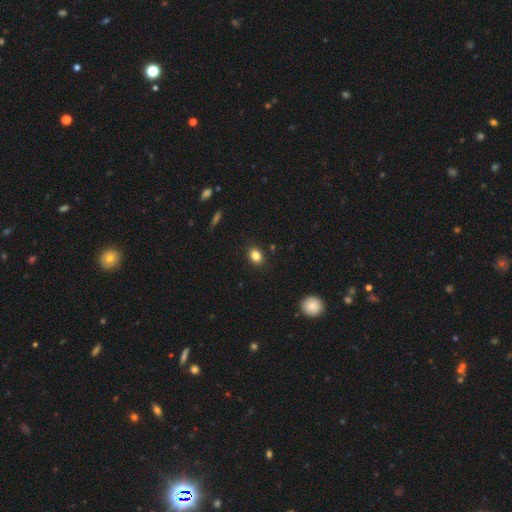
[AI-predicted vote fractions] Smooth or featured? Predicted: smooth (p=0.84). How rounded? Predicted: in between (p=0.56). Merging? Predicted: none (p=0.88).